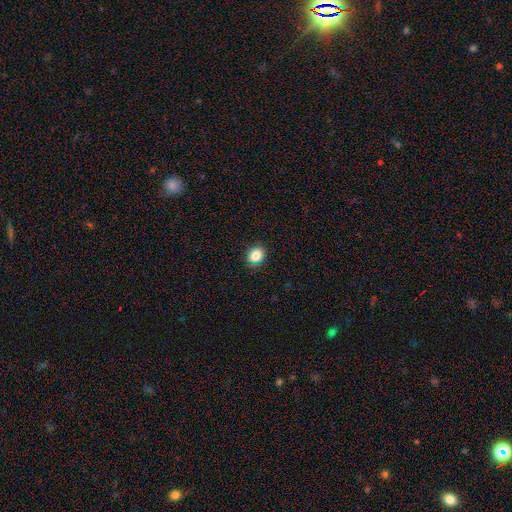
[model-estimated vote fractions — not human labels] Morphology: type=smooth (83%); roundness=round (68%); merging=none (88%).